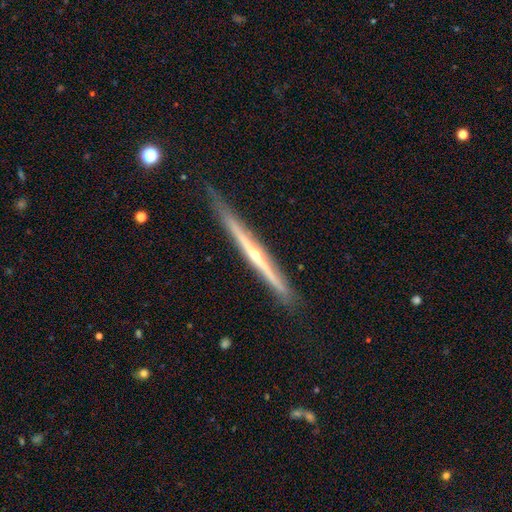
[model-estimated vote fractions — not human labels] Morphology: type=featured or disk (82%); edge-on=yes (98%); edge-on bulge=rounded (77%); merging=none (85%).